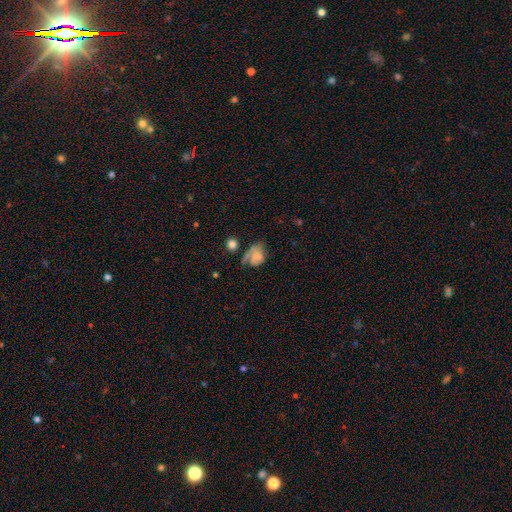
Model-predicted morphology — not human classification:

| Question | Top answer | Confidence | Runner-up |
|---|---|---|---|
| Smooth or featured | smooth | 56% | featured or disk (31%) |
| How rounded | in between | 63% | round (36%) |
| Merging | none | 32% | major disturbance (29%) |